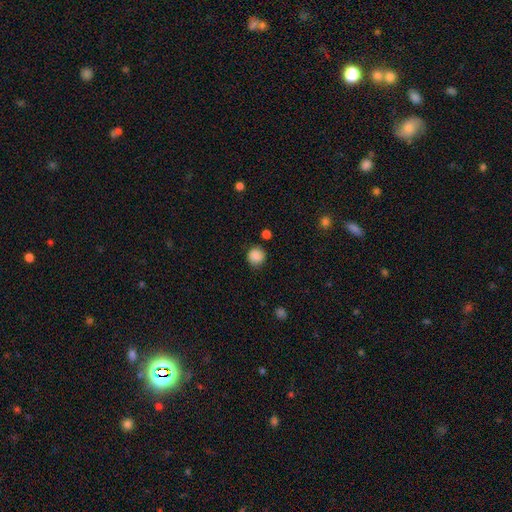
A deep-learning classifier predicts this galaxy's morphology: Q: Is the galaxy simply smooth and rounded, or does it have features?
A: smooth — 87%.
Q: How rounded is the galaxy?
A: round — 91%.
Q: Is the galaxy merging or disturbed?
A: none — 83%.